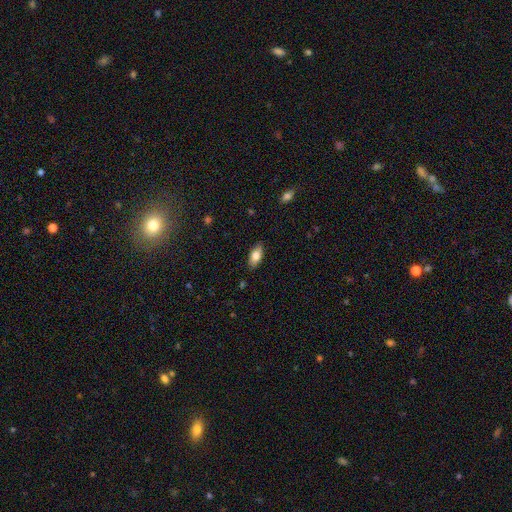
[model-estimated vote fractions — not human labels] A smooth galaxy with no disk features (79%) that is in between round and cigar-shaped (88%).

Vote fractions:
- Smooth or featured? smooth: 79% / featured or disk: 14% / star or artifact: 7%
- How rounded? in between: 88% / cigar-shaped: 9% / round: 3%
- Merging? none: 86% / minor disturbance: 11% / major disturbance: 2% / merger: 1%